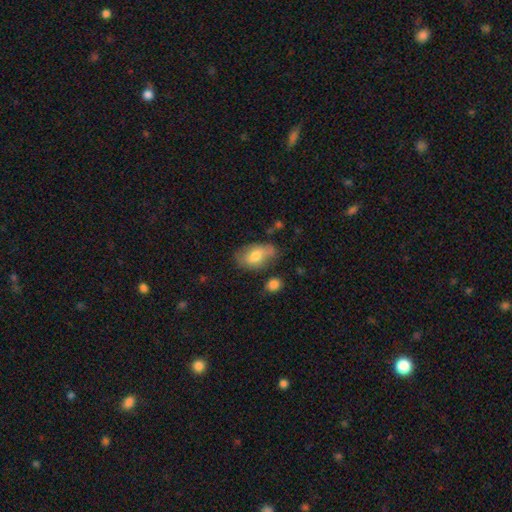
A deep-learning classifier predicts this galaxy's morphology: The model was most divided on "merging": none: 59%, minor disturbance: 27%, major disturbance: 8%, merger: 6%. More confident: how rounded — in between (89%); smooth or featured — smooth (70%).